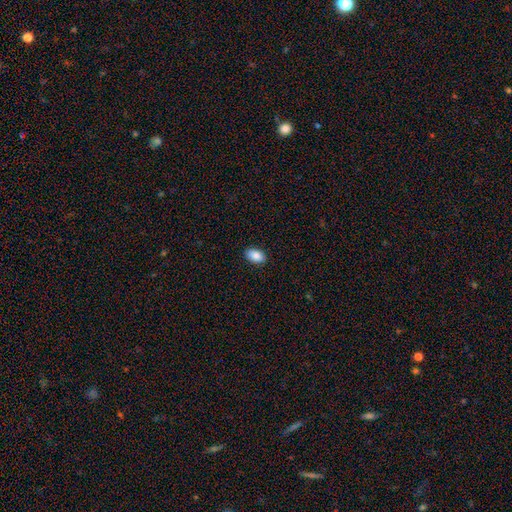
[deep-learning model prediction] This appears to be a smooth galaxy with no disk features (88%) that is in between round and cigar-shaped (91%). Merging: none (88%).